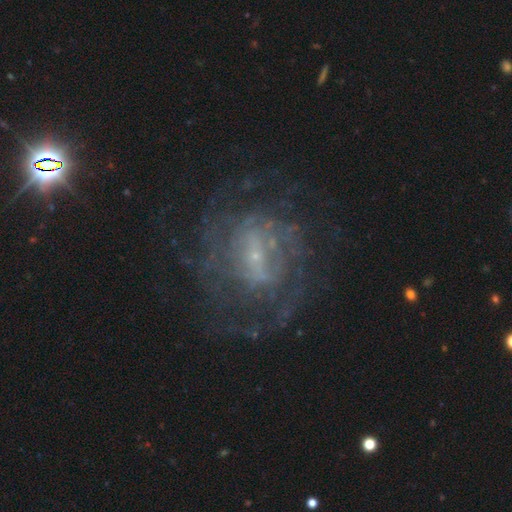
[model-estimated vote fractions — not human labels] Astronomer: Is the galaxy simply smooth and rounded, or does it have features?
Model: featured or disk — 77%.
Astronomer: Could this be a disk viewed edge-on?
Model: no — 96%.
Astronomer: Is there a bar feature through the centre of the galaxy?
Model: weak — 45% (runner-up: no, 38%).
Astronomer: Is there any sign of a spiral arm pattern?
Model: yes — 79%.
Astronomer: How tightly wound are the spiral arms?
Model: tight — 52% (runner-up: medium, 33%).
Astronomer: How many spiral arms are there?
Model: can't tell — 54%.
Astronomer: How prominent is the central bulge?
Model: small — 78%.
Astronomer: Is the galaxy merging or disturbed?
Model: none — 69%.